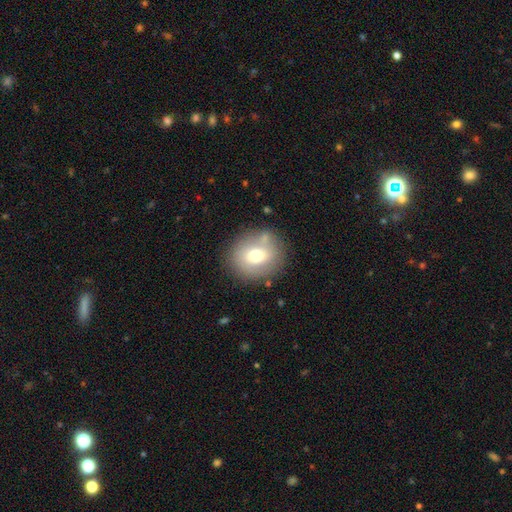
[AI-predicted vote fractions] A smooth galaxy with no disk features (65%) that is round (83%).

Vote fractions:
- Smooth or featured? smooth: 65% / featured or disk: 24% / star or artifact: 11%
- How rounded? round: 83% / in between: 16% / cigar-shaped: 1%
- Merging? none: 77% / minor disturbance: 13% / merger: 5% / major disturbance: 5%